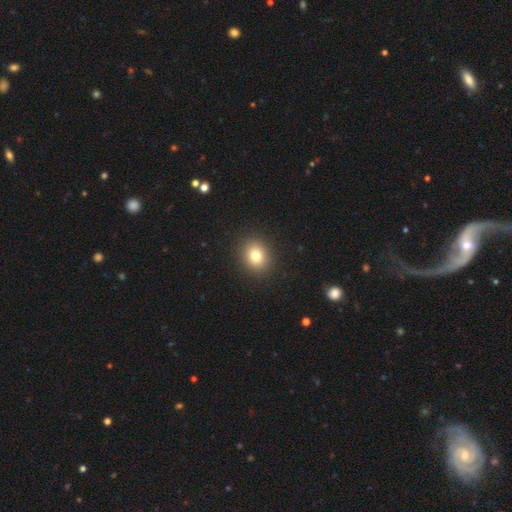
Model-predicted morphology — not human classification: type=smooth (80%); roundness=round (65%); merging=none (91%).